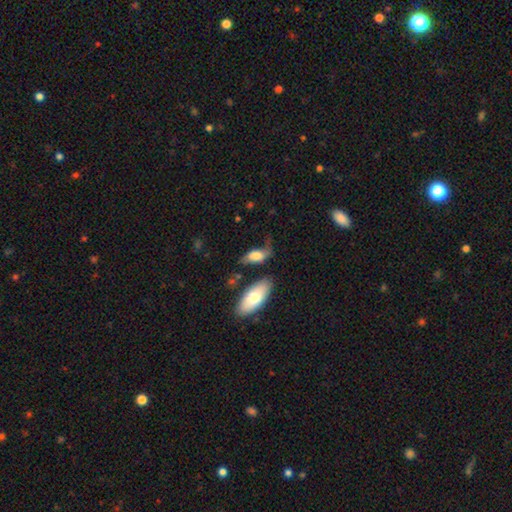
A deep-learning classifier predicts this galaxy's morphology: smooth 68%, featured or disk 24%, star or artifact 7%. Down the decision tree: how rounded — in between (88%); merging — none (38%).